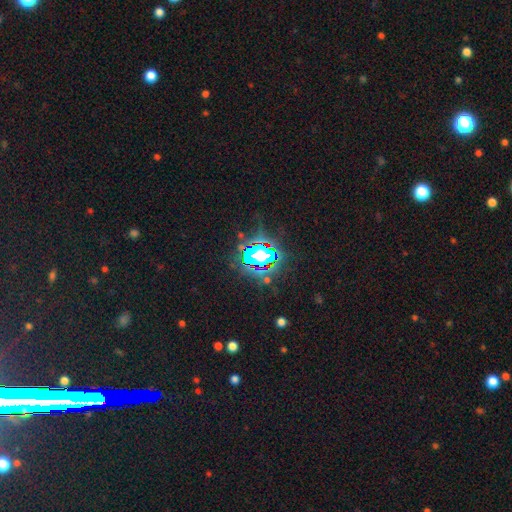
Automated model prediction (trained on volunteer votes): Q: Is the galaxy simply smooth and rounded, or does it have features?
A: star or artifact — 82%.